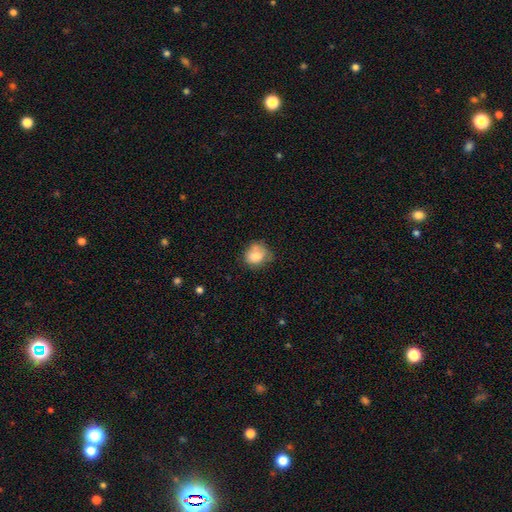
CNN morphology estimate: Overall: smooth (77%). How rounded: round (63%; in between 36%). Merging: none (51%; minor disturbance 33%).